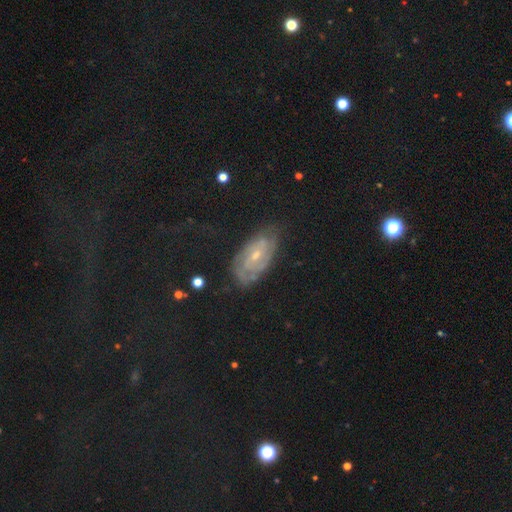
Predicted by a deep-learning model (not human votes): This appears to be a featured or disk galaxy (63%) with no bar (50%), tight (60%) spiral arms (86%) and a small central bulge (65%). Merging: none (71%).